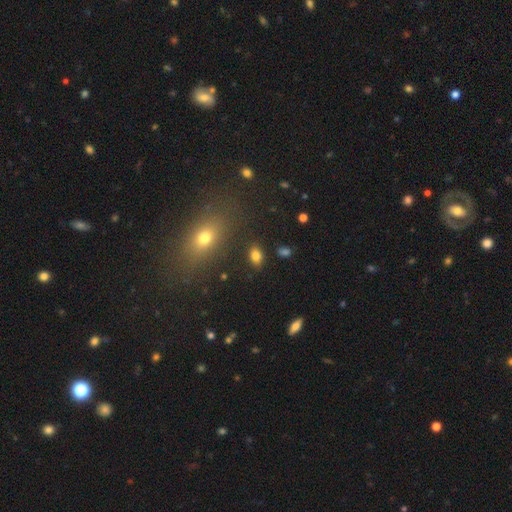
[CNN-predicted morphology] A smooth galaxy with no disk features (83%) that is in between round and cigar-shaped (84%).

Vote fractions:
- Smooth or featured? smooth: 83% / star or artifact: 11% / featured or disk: 6%
- How rounded? in between: 84% / round: 14% / cigar-shaped: 2%
- Merging? none: 85% / minor disturbance: 9% / major disturbance: 3% / merger: 3%